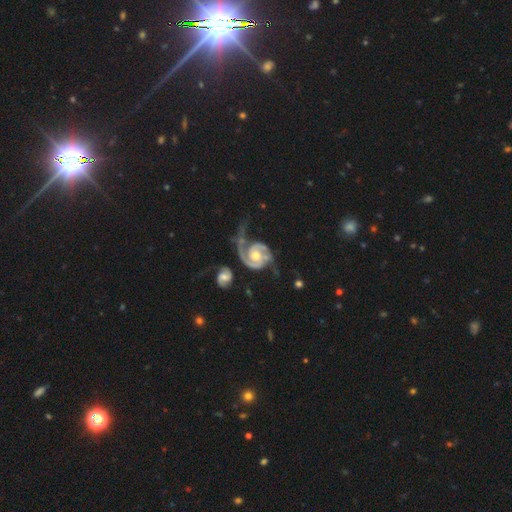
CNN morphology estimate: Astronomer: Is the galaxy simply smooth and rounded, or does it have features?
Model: featured or disk — 92%.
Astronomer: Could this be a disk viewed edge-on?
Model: no — 98%.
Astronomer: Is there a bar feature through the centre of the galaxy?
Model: no — 67%.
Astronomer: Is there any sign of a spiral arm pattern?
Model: yes — 98%.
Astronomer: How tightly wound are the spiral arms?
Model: tight — 46% (runner-up: medium, 40%).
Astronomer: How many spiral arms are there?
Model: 2 — 78%.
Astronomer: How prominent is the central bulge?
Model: moderate — 66%.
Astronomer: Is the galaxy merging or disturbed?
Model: none — 36% (runner-up: major disturbance, 30%).